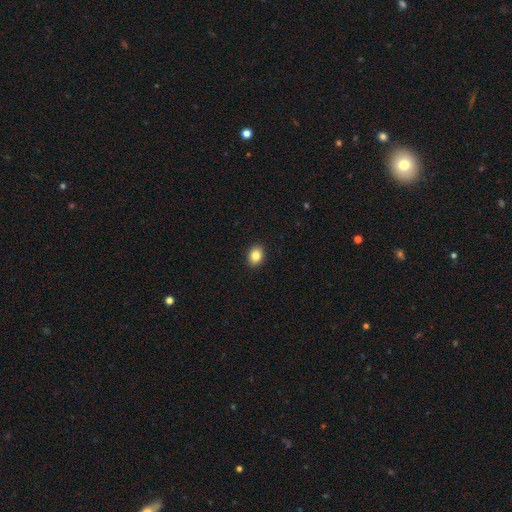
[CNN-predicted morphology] Q: Smooth or featured?
A: smooth (84%); runner-up: star or artifact (9%)
Q: How rounded?
A: in between (51%); runner-up: round (48%)
Q: Merging?
A: none (92%); runner-up: minor disturbance (6%)